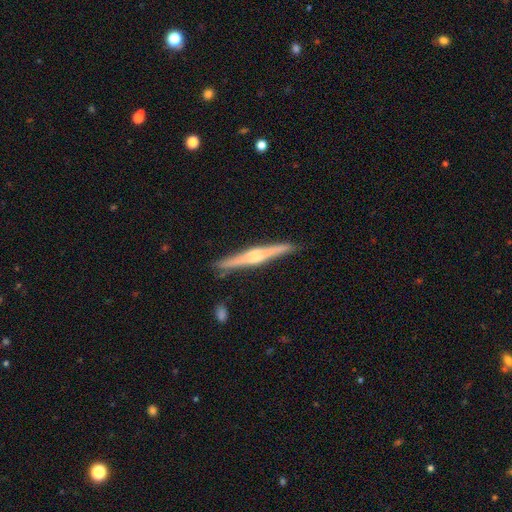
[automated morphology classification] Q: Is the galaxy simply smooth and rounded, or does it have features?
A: featured or disk — 74%.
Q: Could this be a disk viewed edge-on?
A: yes — 98%.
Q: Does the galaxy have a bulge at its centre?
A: rounded — 74%.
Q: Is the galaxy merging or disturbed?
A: none — 87%.